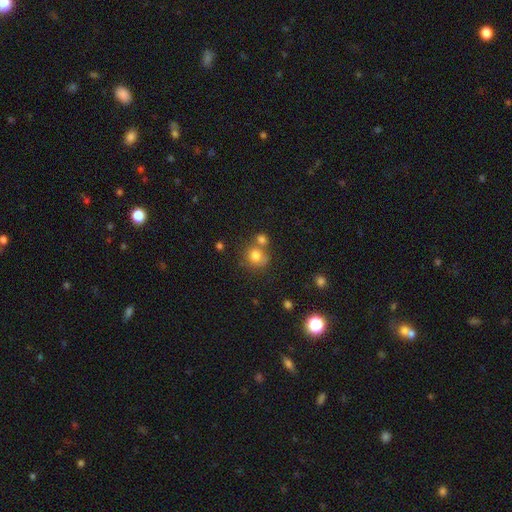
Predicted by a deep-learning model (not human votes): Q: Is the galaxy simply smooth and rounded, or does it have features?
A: smooth — 78%.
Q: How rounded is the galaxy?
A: round — 83%.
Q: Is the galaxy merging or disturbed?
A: none — 53%.